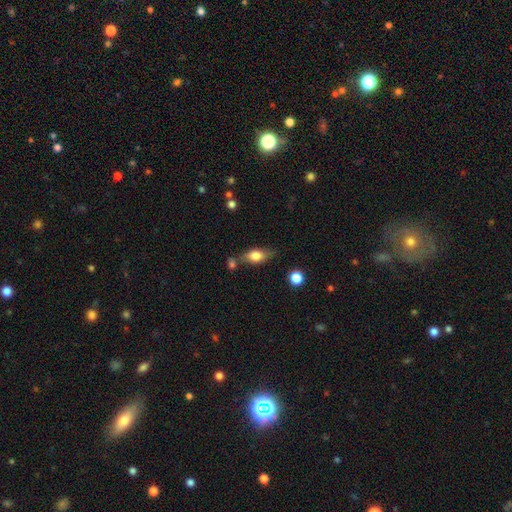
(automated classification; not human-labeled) smooth-or-featured: smooth: 71% | featured or disk: 22% | star or artifact: 7%
  how-rounded: in between: 79% | cigar-shaped: 14% | round: 6%
  merging: none: 63% | minor disturbance: 20% | merger: 11% | major disturbance: 6%